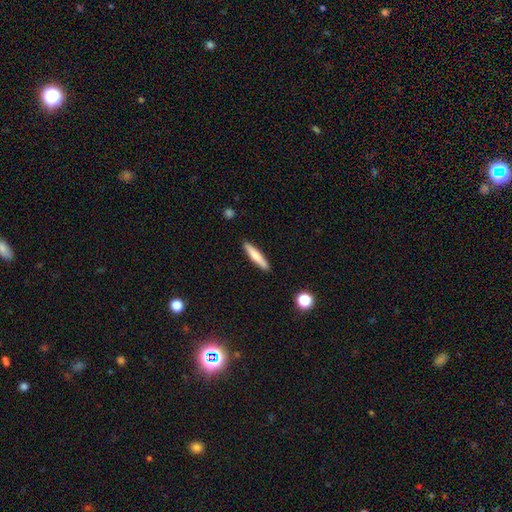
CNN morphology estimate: Q: Smooth or featured?
A: smooth (69%); runner-up: featured or disk (25%)
Q: How rounded?
A: cigar-shaped (89%); runner-up: in between (9%)
Q: Merging?
A: none (90%); runner-up: minor disturbance (8%)